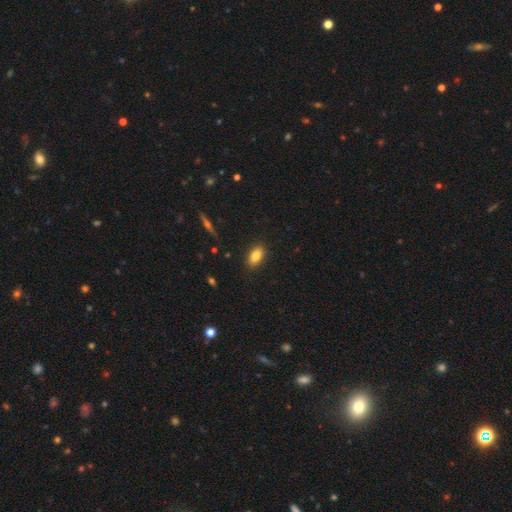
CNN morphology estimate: Smooth or featured?
  - smooth: 85% *
  - star or artifact: 8%
  - featured or disk: 7%
How rounded?
  - in between: 88% *
  - round: 6%
  - cigar-shaped: 6%
Merging?
  - none: 87% *
  - minor disturbance: 10%
  - major disturbance: 2%
  - merger: 1%